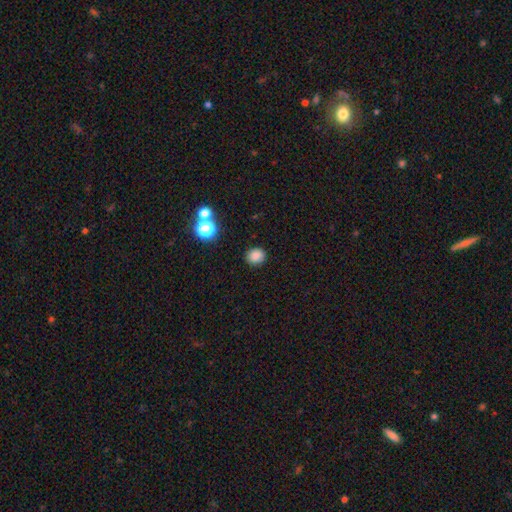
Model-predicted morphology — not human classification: Overall: smooth (83%). How rounded: round (75%). Merging: none (88%).